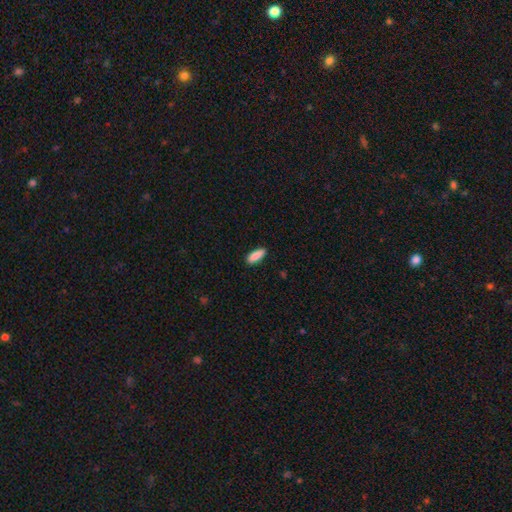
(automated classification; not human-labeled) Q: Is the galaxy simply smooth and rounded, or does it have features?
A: smooth — 89%.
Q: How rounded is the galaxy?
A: in between — 70%.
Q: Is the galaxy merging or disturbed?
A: none — 88%.